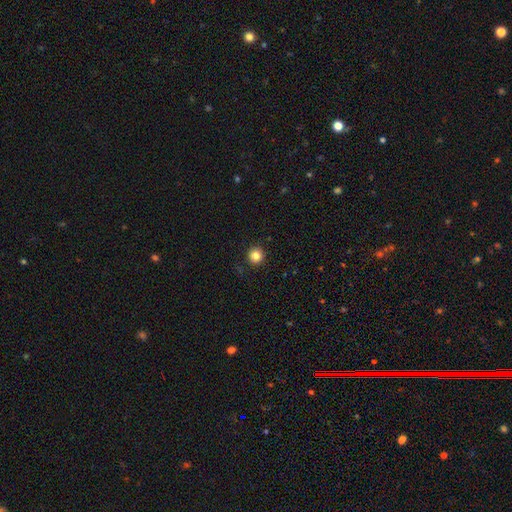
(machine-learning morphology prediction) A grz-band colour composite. It shows a smooth galaxy with no disk features (84%) that is round (95%). Merging: none (92%).